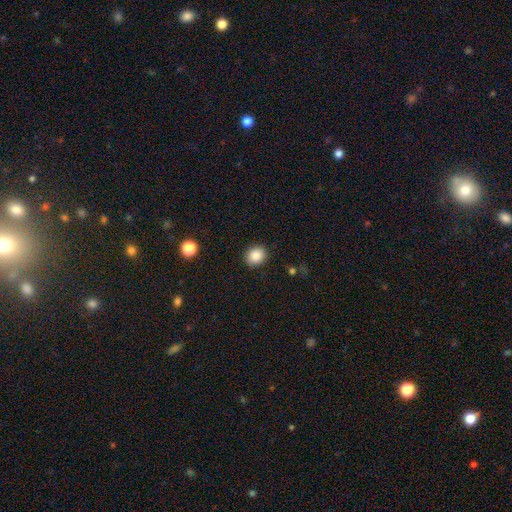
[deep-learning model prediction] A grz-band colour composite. It shows a smooth galaxy with no disk features (87%) that is round (72%). Merging: none (90%).